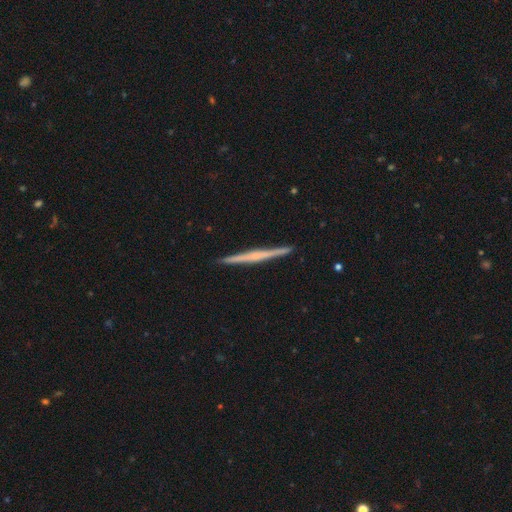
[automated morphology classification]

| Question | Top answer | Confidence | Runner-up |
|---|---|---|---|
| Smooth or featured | featured or disk | 68% | smooth (27%) |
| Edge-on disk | yes | 98% | no (2%) |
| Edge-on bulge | none | 50% | rounded (36%) |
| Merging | none | 92% | minor disturbance (5%) |